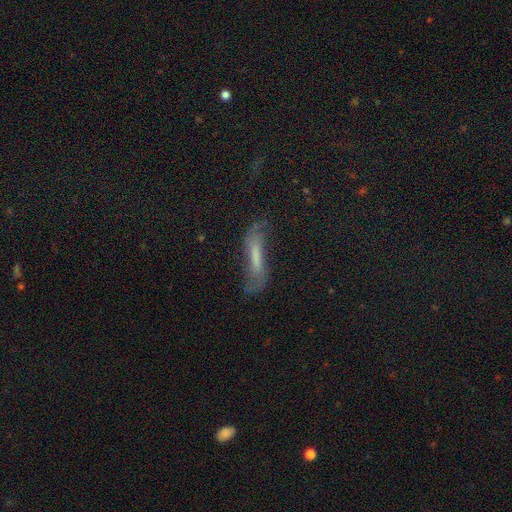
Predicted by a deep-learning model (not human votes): smooth-or-featured: featured or disk: 50% | smooth: 36% | star or artifact: 14%
  merging: none: 53% | minor disturbance: 25% | major disturbance: 18% | merger: 3%